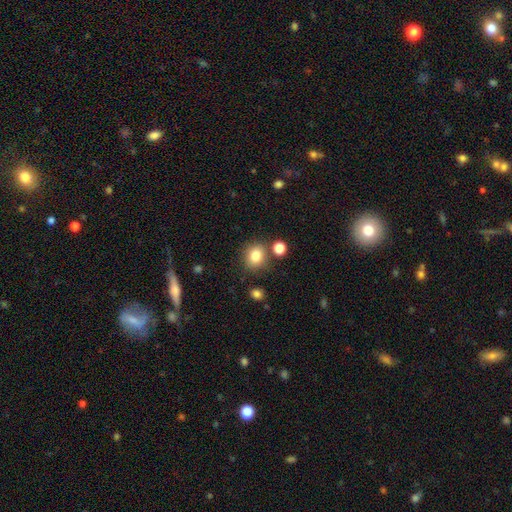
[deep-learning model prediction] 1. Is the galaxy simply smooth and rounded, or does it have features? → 81% smooth, 11% star or artifact, 7% featured or disk.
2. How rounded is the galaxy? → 71% round, 28% in between, 1% cigar-shaped.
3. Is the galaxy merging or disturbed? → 77% none, 11% minor disturbance, 9% merger, 4% major disturbance.